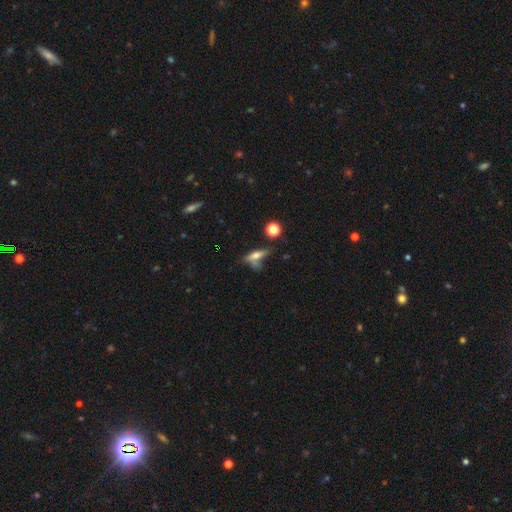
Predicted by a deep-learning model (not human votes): This appears to be a smooth galaxy with no disk features (51%) that is cigar-shaped (51%). Merging: none (46%).